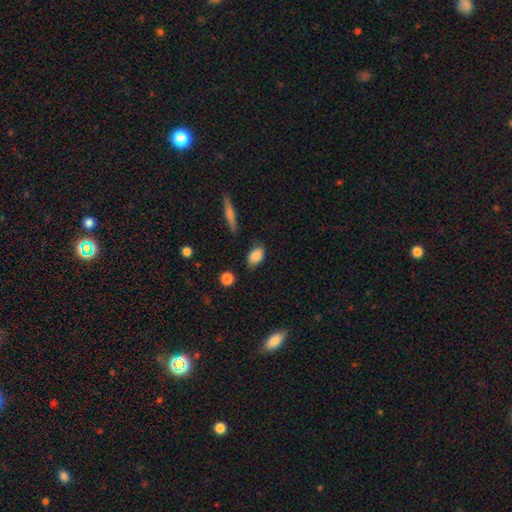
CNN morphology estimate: A smooth galaxy with no disk features (86%) that is in between round and cigar-shaped (87%). Merging: none (74%).